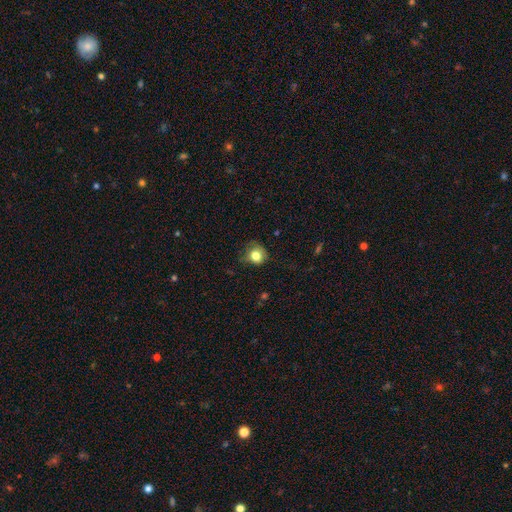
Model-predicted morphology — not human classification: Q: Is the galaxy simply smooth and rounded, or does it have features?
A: smooth — 80%.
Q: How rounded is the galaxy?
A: round — 77%.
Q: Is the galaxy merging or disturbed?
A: none — 60%.